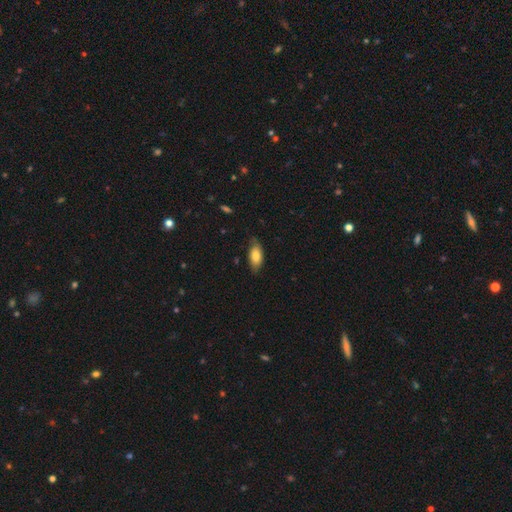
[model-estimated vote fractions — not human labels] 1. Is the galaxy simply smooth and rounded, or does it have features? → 78% smooth, 15% featured or disk, 6% star or artifact.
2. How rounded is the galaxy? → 89% in between, 8% cigar-shaped, 3% round.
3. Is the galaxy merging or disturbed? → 72% none, 23% minor disturbance, 4% major disturbance, 1% merger.